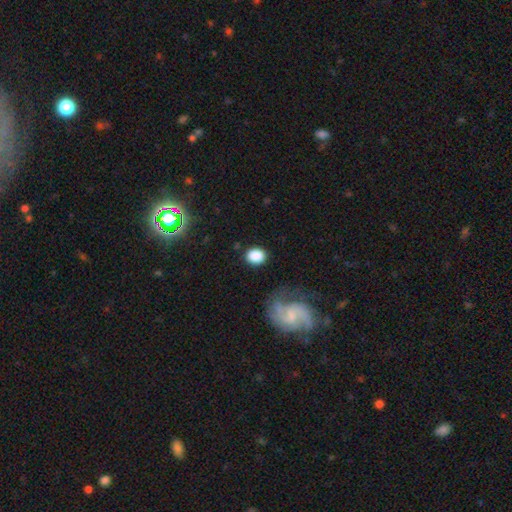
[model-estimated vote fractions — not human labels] This is clearly a smooth galaxy (84%). How rounded: possibly round (57%). Merging: clearly none (81%).